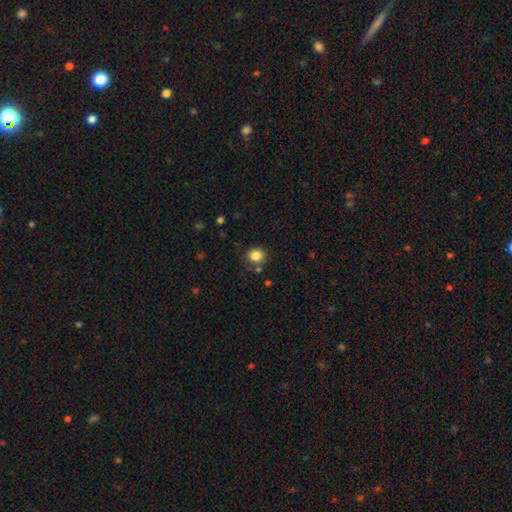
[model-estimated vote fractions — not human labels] Overall: smooth (84%). How rounded: round (81%). Merging: none (79%).